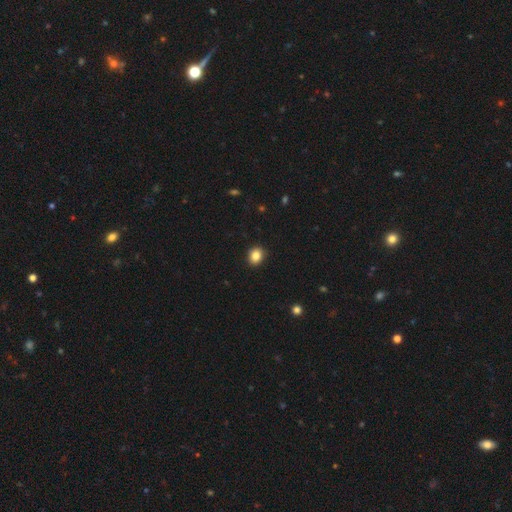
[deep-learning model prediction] Smooth or featured? Predicted: smooth (p=0.85). How rounded? Predicted: round (p=0.63). Merging? Predicted: none (p=0.91).